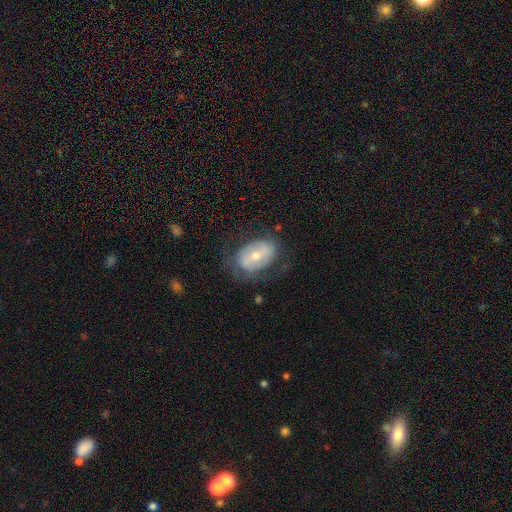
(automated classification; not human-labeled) Smooth or featured?
  - featured or disk: 51% *
  - smooth: 42%
  - star or artifact: 7%
Edge-on disk?
  - no: 93% *
  - yes: 7%
Merging?
  - none: 63% *
  - minor disturbance: 22%
  - major disturbance: 14%
  - merger: 1%